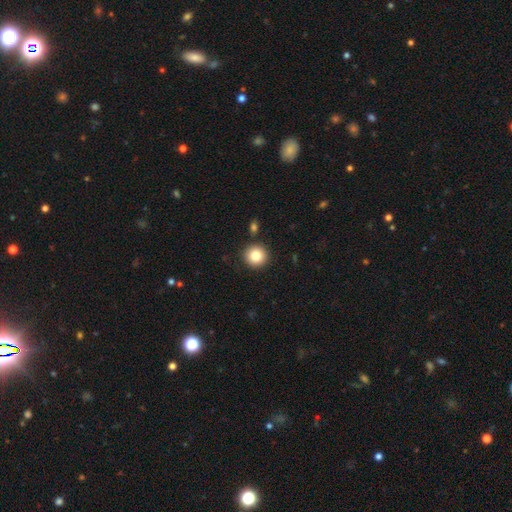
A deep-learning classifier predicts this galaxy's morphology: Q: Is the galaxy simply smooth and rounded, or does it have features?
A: smooth — 84%.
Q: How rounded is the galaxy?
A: round — 95%.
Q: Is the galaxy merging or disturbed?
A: none — 89%.